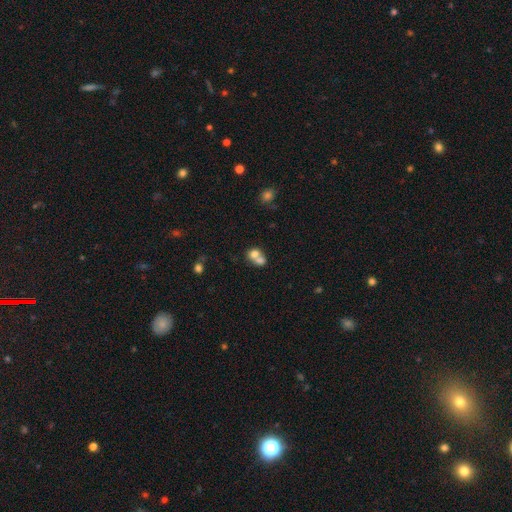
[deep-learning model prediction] A smooth galaxy with no disk features (70%) that is round (60%).

Vote fractions:
- Smooth or featured? smooth: 70% / featured or disk: 20% / star or artifact: 10%
- How rounded? round: 60% / in between: 39% / cigar-shaped: 1%
- Merging? merger: 69% / none: 22% / minor disturbance: 6% / major disturbance: 3%